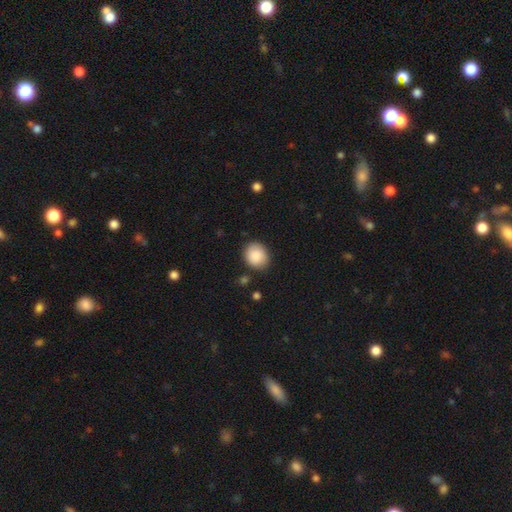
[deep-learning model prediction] Morphology: type=smooth (88%); roundness=round (66%); merging=none (82%).